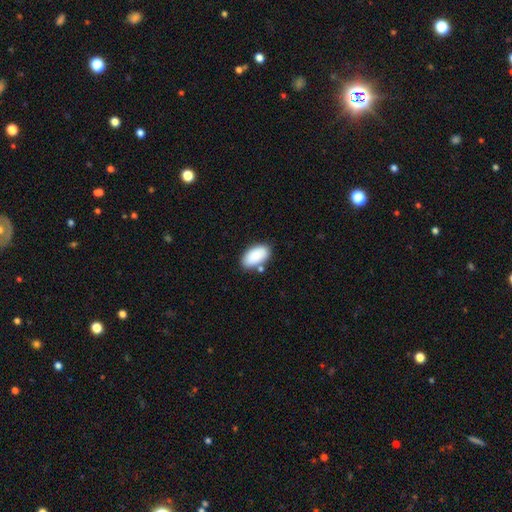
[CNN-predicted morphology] A smooth galaxy with no disk features (88%) that is in between round and cigar-shaped (95%). Merging: none (73%).